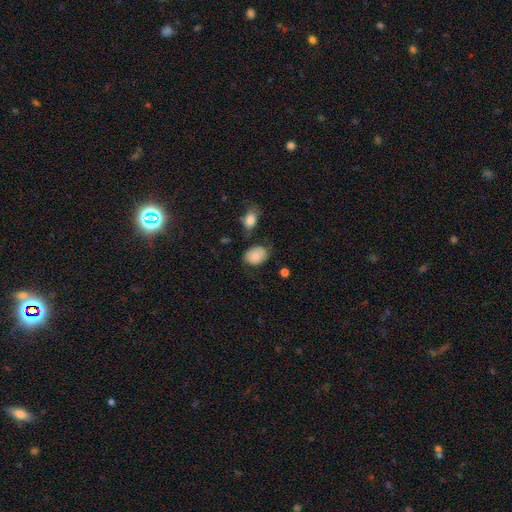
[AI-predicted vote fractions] smooth_or_featured: smooth (p=0.83) [alt: featured or disk p=0.09]
how_rounded: in between (p=0.69) [alt: round p=0.30]
merging: none (p=0.64) [alt: minor disturbance p=0.25]